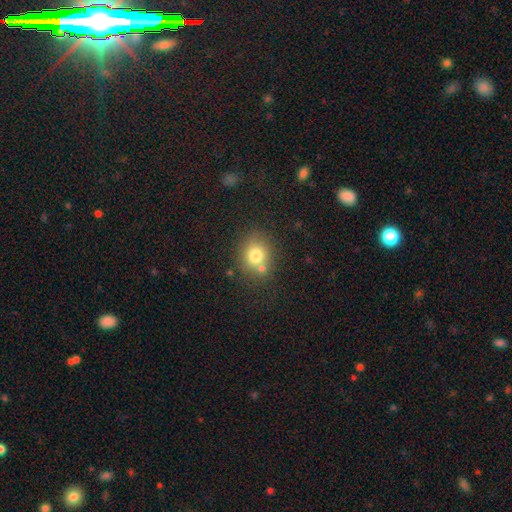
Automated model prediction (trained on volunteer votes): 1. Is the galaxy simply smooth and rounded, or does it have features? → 76% smooth, 12% star or artifact, 12% featured or disk.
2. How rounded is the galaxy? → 74% round, 26% in between, 1% cigar-shaped.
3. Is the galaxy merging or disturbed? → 60% none, 22% merger, 14% minor disturbance, 4% major disturbance.